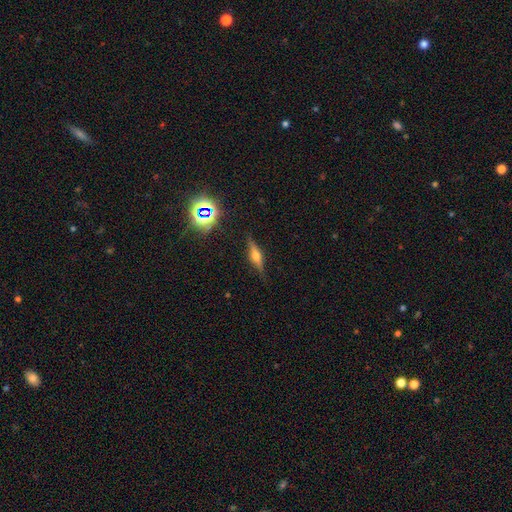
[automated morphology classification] Q: Smooth or featured?
A: featured or disk (66%); runner-up: smooth (22%)
Q: Edge-on disk?
A: yes (96%); runner-up: no (4%)
Q: Edge-on bulge?
A: rounded (87%); runner-up: boxy (11%)
Q: Merging?
A: none (85%); runner-up: minor disturbance (11%)